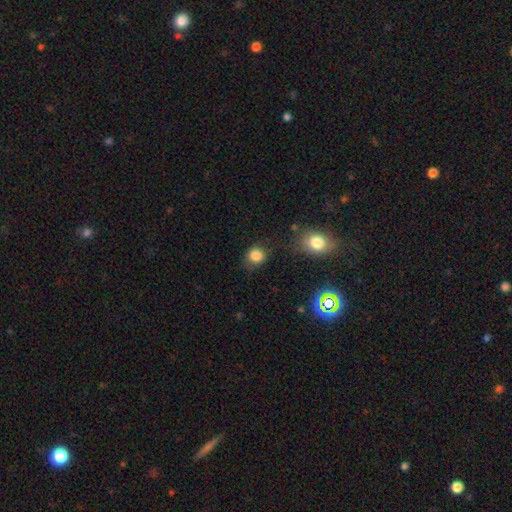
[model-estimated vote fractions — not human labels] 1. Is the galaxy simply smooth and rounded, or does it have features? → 84% smooth, 12% star or artifact, 5% featured or disk.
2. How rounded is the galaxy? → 73% round, 26% in between, 1% cigar-shaped.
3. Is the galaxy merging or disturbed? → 70% none, 19% minor disturbance, 6% major disturbance, 5% merger.